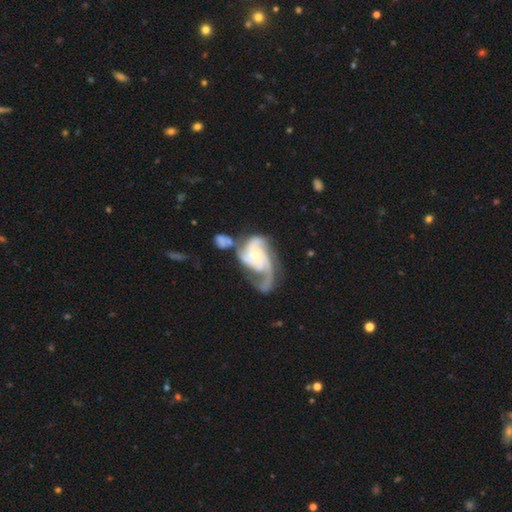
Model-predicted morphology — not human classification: Smooth or featured: featured or disk — 85% (smooth — 10%)
Edge-on disk: no — 98% (yes — 2%)
Bar: no — 67% (weak — 27%)
Spiral arms: yes — 94% (no — 6%)
Spiral winding: medium — 43% (loose — 32%)
Spiral arm count: 3 — 37% (2 — 25%)
Bulge size: small — 62% (moderate — 32%)
Merging: major disturbance — 37% (merger — 24%)